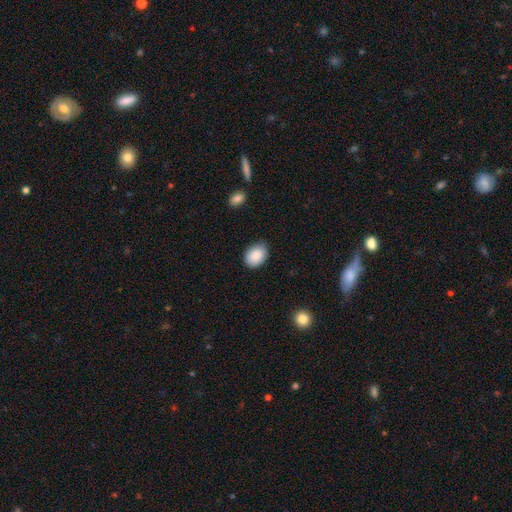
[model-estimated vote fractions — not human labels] Smooth or featured: smooth — 89% (star or artifact — 7%)
How rounded: in between — 74% (round — 25%)
Merging: none — 82% (minor disturbance — 15%)